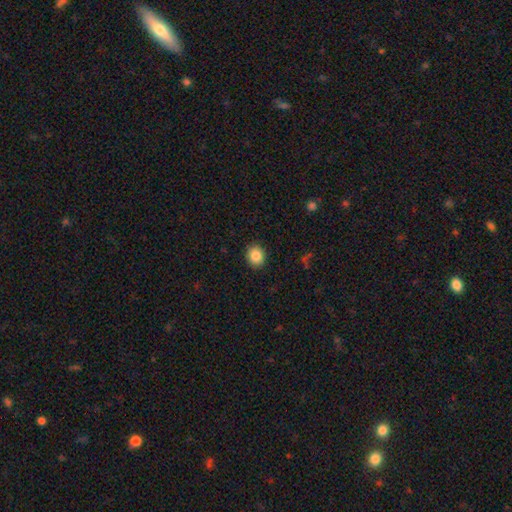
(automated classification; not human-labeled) This appears to be a smooth galaxy with no disk features (86%) that is round (70%). Merging: none (90%).